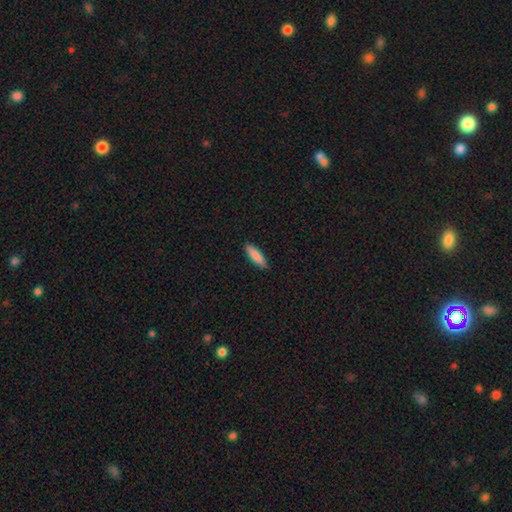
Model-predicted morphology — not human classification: smooth 84%, featured or disk 10%, star or artifact 6%. Down the decision tree: how rounded — cigar-shaped (72%); merging — none (89%).